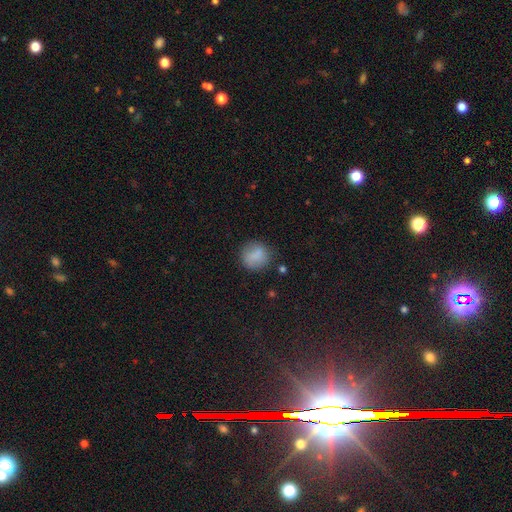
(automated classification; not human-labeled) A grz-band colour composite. It shows a smooth galaxy with no disk features (81%) that is round (86%). Merging: none (73%).